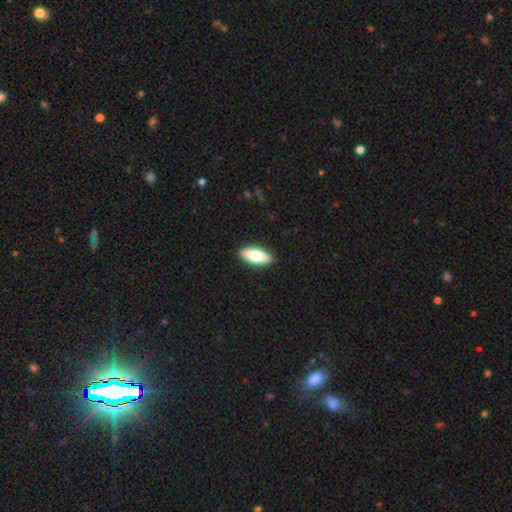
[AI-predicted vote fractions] Smooth or featured: smooth — 78% (featured or disk — 16%)
How rounded: in between — 80% (cigar-shaped — 17%)
Merging: none — 90% (minor disturbance — 7%)